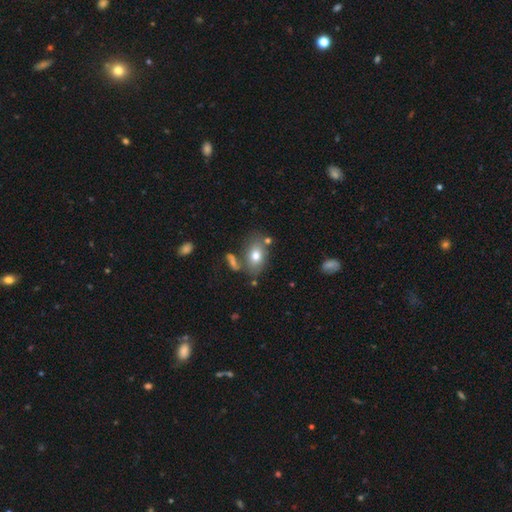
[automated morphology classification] Overall: smooth (74%). How rounded: in between (81%). Merging: none (67%).